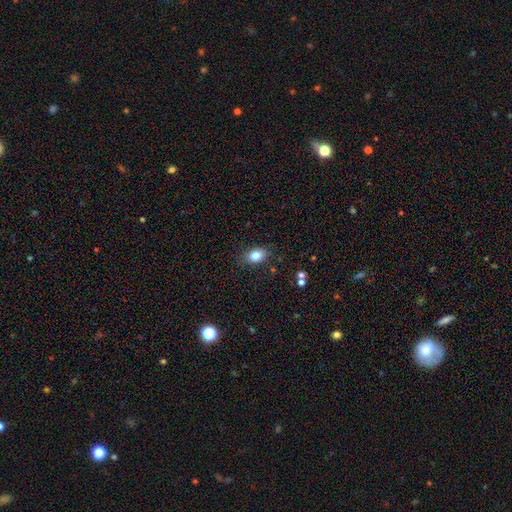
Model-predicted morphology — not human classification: Smooth or featured? smooth (84%)
How rounded? in between (81%)
Merging? none (82%)